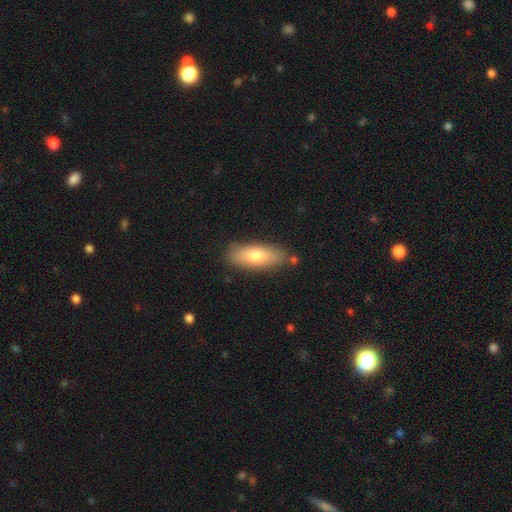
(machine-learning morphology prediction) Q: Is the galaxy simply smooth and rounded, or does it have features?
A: smooth — 71%.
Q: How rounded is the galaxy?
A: in between — 69%.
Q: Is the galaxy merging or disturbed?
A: none — 83%.